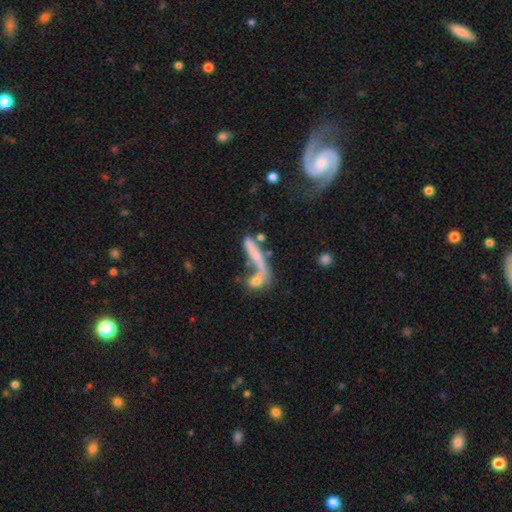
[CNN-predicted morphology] This appears to be a featured or disk galaxy (46%). Merging: merger (43%).